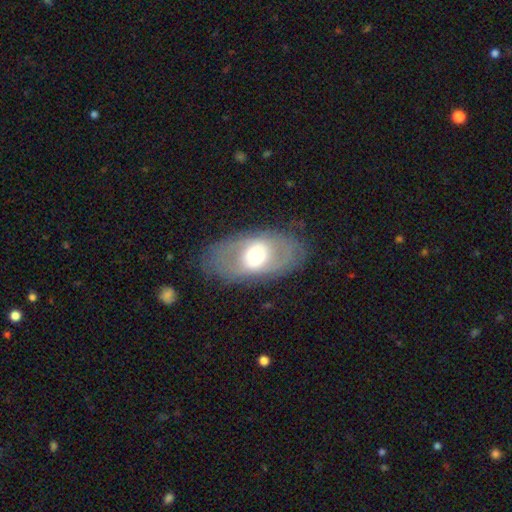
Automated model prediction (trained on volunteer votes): Q: Smooth or featured?
A: featured or disk (55%); runner-up: smooth (37%)
Q: Edge-on disk?
A: no (87%); runner-up: yes (13%)
Q: Merging?
A: none (77%); runner-up: minor disturbance (13%)